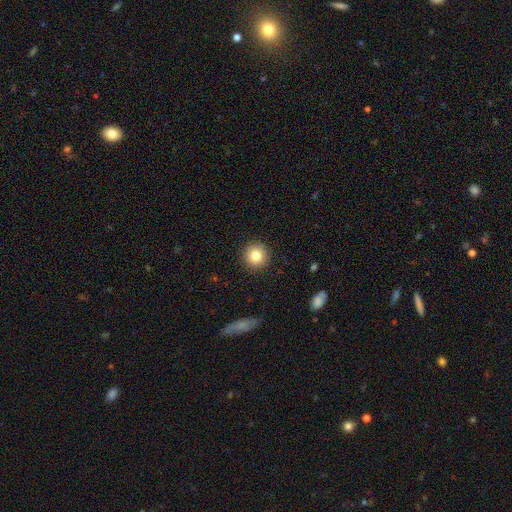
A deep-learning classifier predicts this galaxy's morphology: smooth_or_featured: smooth (p=0.82) [alt: star or artifact p=0.10]
how_rounded: round (p=0.95) [alt: in between p=0.04]
merging: none (p=0.91) [alt: minor disturbance p=0.06]